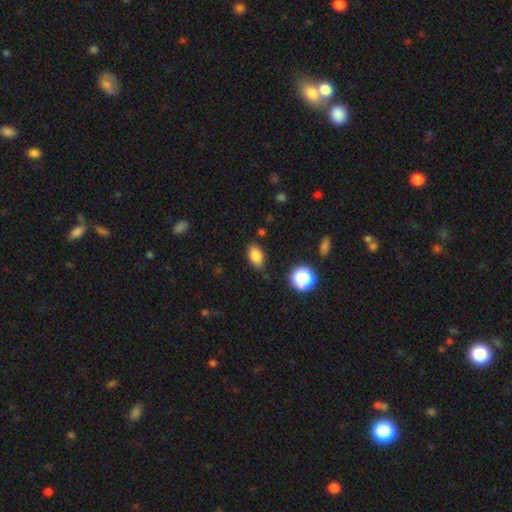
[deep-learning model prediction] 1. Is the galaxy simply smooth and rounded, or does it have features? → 83% smooth, 11% star or artifact, 6% featured or disk.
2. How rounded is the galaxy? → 88% in between, 9% round, 2% cigar-shaped.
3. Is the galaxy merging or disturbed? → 83% none, 12% minor disturbance, 3% major disturbance, 2% merger.